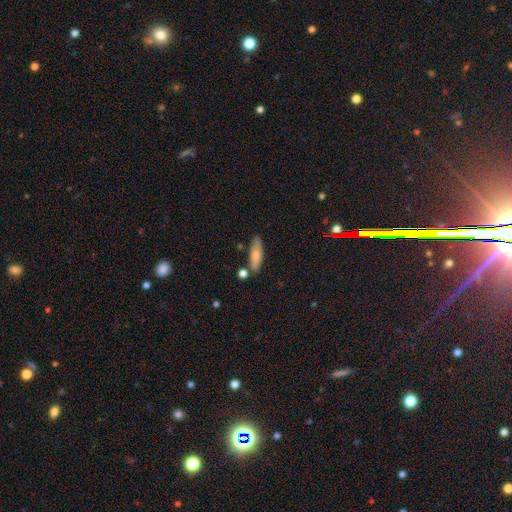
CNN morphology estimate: Smooth or featured? smooth (77%)
How rounded? cigar-shaped (49%, tied with in between)
Merging? none (72%)